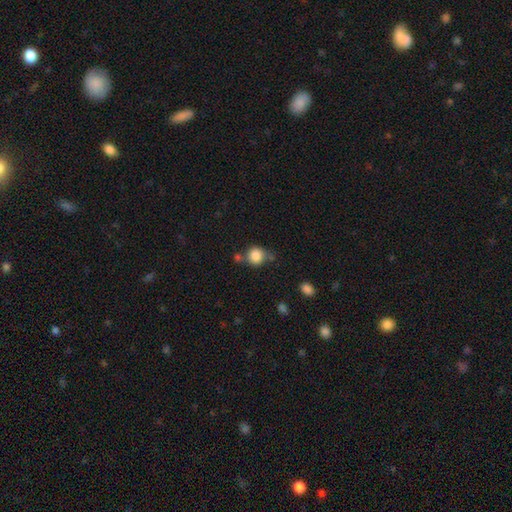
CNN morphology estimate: Q: Smooth or featured?
A: smooth (84%); runner-up: star or artifact (10%)
Q: How rounded?
A: round (87%); runner-up: in between (12%)
Q: Merging?
A: none (62%); runner-up: minor disturbance (17%)